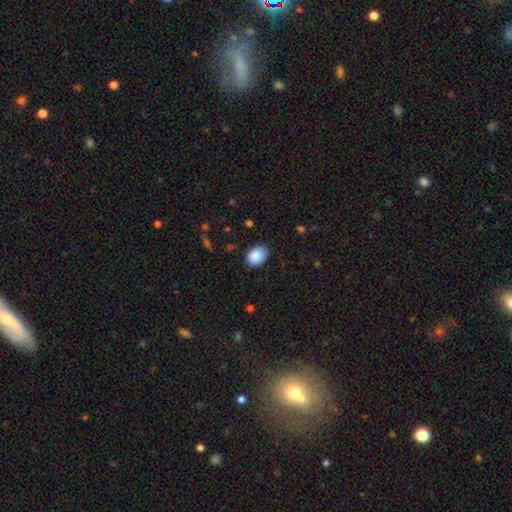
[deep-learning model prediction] Smooth or featured? Predicted: smooth (p=0.89). How rounded? Predicted: in between (p=0.75). Merging? Predicted: none (p=0.80).